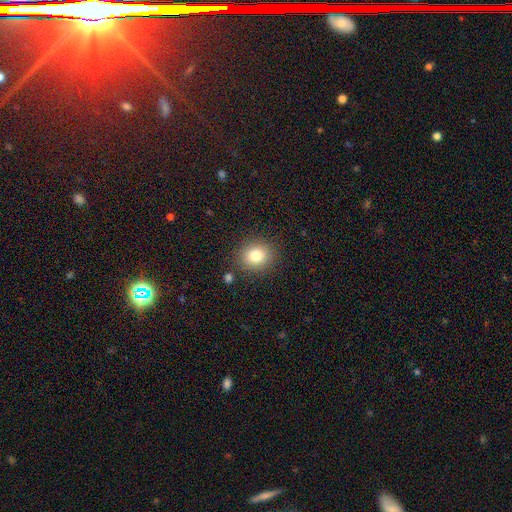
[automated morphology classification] Smooth or featured? Predicted: smooth (p=0.81). How rounded? Predicted: round (p=0.76). Merging? Predicted: none (p=0.86).